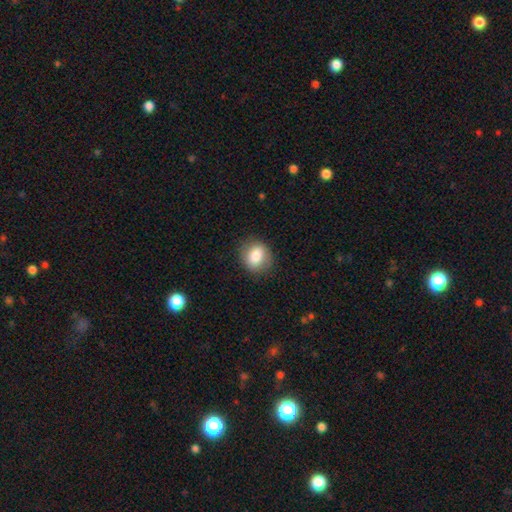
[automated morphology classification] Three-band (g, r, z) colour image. It shows a smooth galaxy with no disk features (80%) that is round (67%). Merging: none (84%).